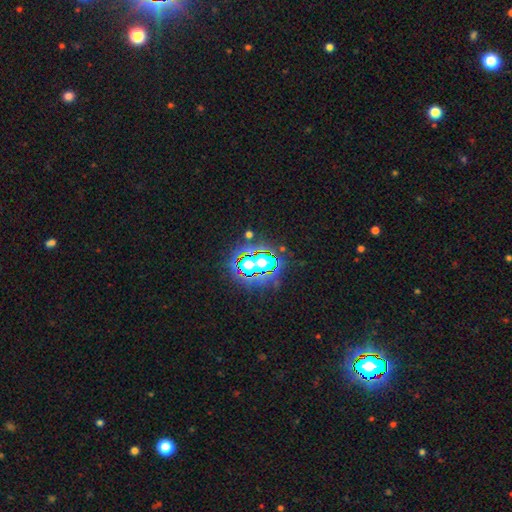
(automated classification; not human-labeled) Smooth or featured?
  - star or artifact: 80% *
  - smooth: 12%
  - featured or disk: 8%